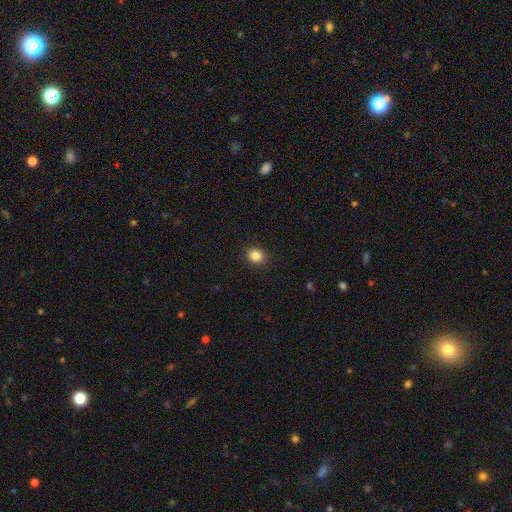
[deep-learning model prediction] Morphology: type=smooth (85%); roundness=round (76%); merging=none (90%).